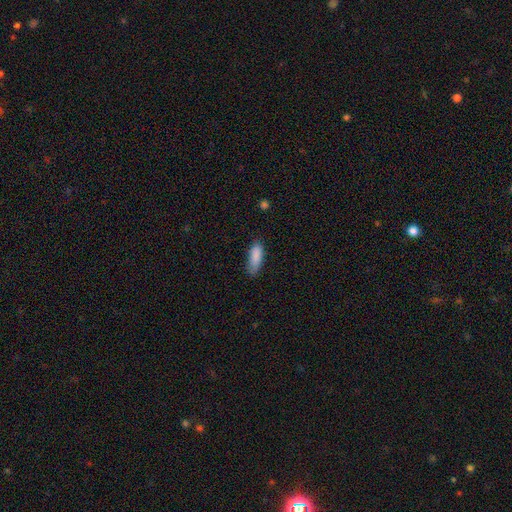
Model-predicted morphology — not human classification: Overall: smooth (87%). How rounded: in between (67%; cigar-shaped 32%). Merging: none (69%).